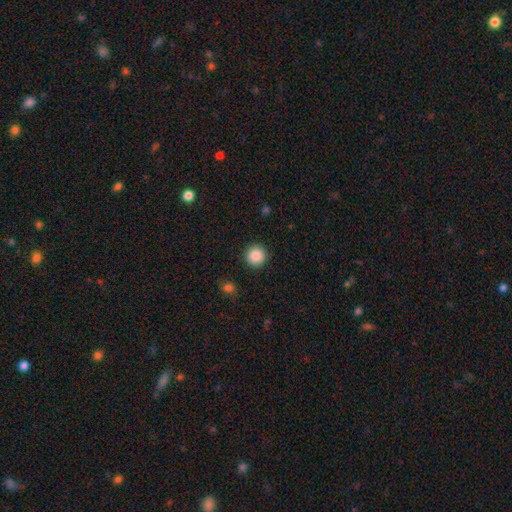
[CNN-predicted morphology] The model was most divided on "smooth or featured": smooth: 87%, star or artifact: 9%, featured or disk: 3%. More confident: how rounded — round (95%); merging — none (91%).